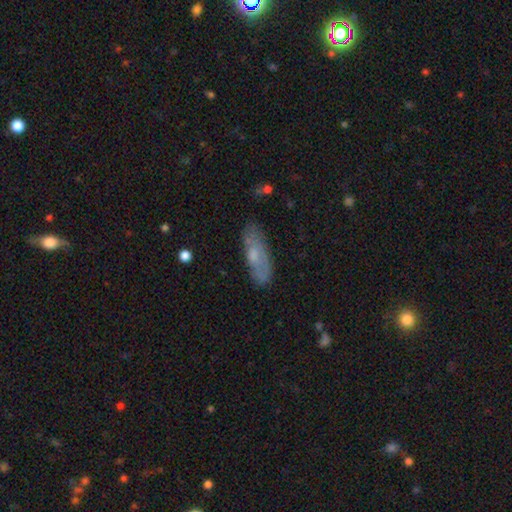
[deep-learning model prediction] Smooth or featured? smooth (53%)
How rounded? in between (58%)
Merging? none (73%)